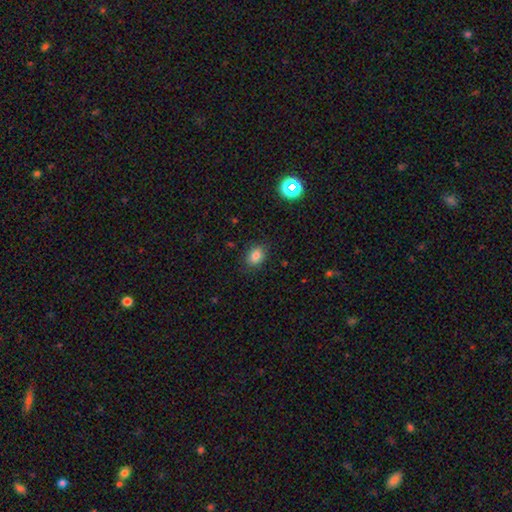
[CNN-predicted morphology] Smooth or featured: smooth — 83% (star or artifact — 10%)
How rounded: in between — 70% (round — 29%)
Merging: none — 84% (minor disturbance — 12%)